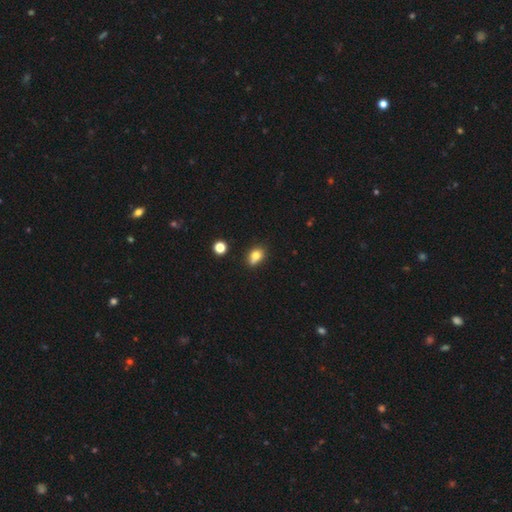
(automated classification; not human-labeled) Morphology: type=smooth (77%); roundness=in between (63%); merging=none (55%).